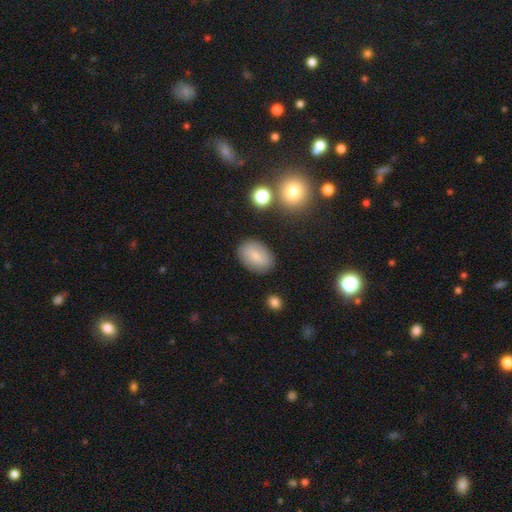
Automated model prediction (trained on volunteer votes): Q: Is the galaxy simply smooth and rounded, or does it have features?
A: smooth — 72%.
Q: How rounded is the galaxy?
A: in between — 86%.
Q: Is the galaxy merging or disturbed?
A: none — 84%.